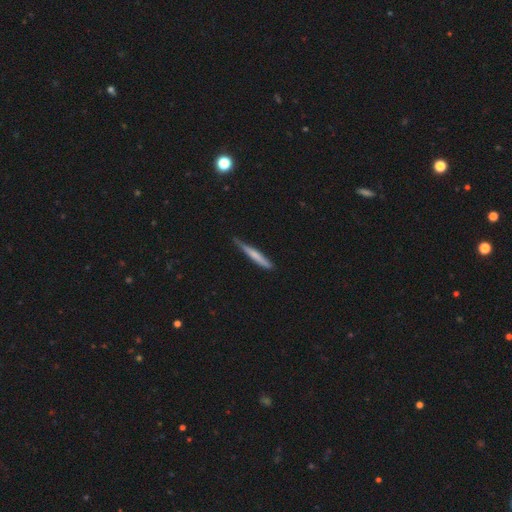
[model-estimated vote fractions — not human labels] Smooth or featured: smooth — 59% (featured or disk — 35%)
How rounded: cigar-shaped — 95% (in between — 4%)
Merging: none — 69% (minor disturbance — 25%)